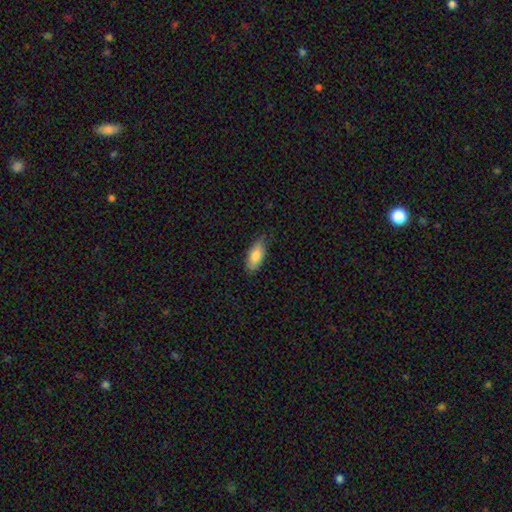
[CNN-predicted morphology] Smooth or featured?
  - smooth: 81% *
  - featured or disk: 12%
  - star or artifact: 6%
How rounded?
  - in between: 88% *
  - cigar-shaped: 10%
  - round: 2%
Merging?
  - none: 73% *
  - minor disturbance: 22%
  - major disturbance: 3%
  - merger: 1%